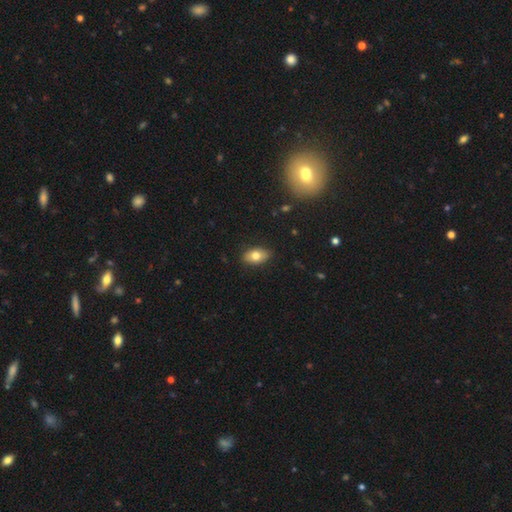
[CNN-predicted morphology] This appears to be a smooth galaxy with no disk features (76%) that is in between round and cigar-shaped (89%). Merging: none (85%).